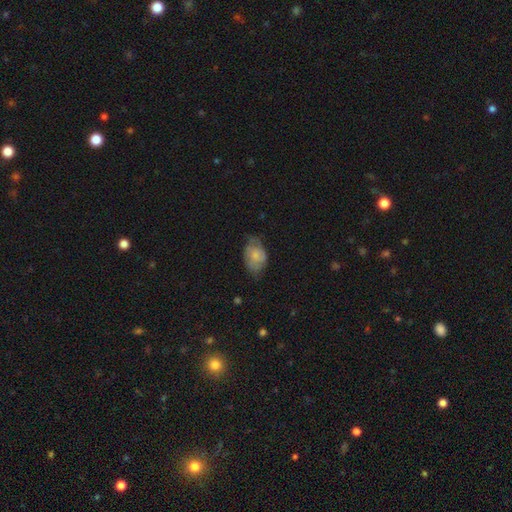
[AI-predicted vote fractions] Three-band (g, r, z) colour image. It shows a smooth galaxy with no disk features (64%) that is in between round and cigar-shaped (81%). Merging: none (43%).